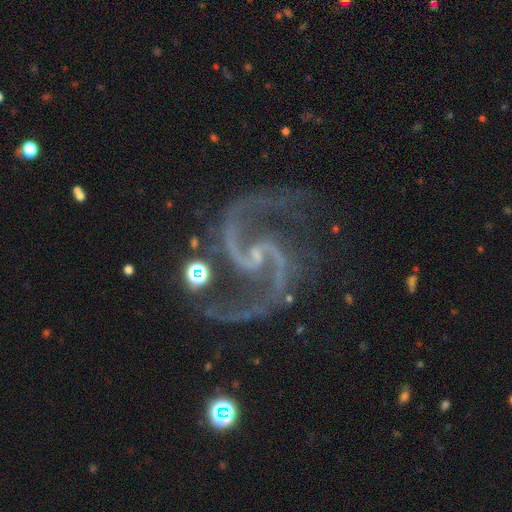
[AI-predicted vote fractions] Morphology: type=featured or disk (94%); edge-on=no (98%); bar=weak (47%); spiral arms=yes (99%); winding=medium (64%); arm count=2 (95%); bulge=small (72%); merging=none (73%).